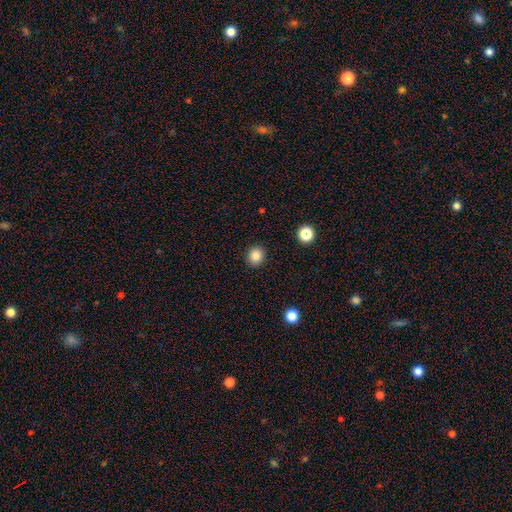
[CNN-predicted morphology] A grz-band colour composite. It shows a smooth galaxy with no disk features (86%) that is round (79%). Merging: none (90%).